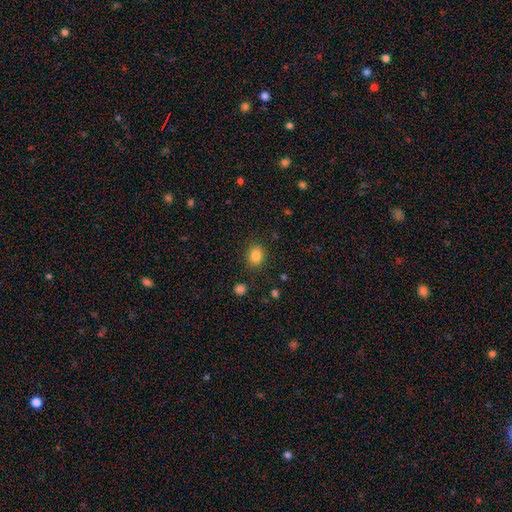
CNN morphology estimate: This is clearly a smooth galaxy (85%). How rounded: possibly round (52%). Merging: clearly none (85%).